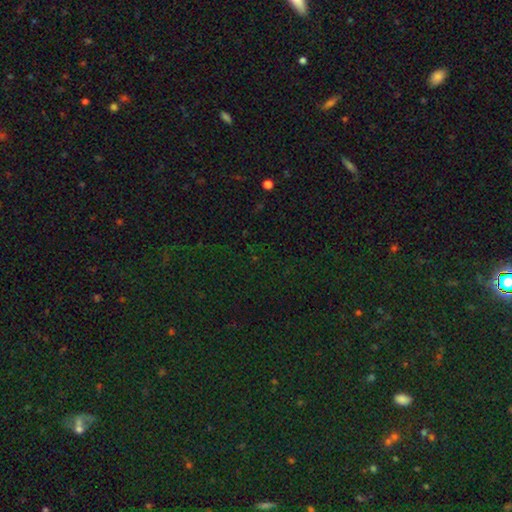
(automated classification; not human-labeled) Morphology: type=star or artifact (78%).